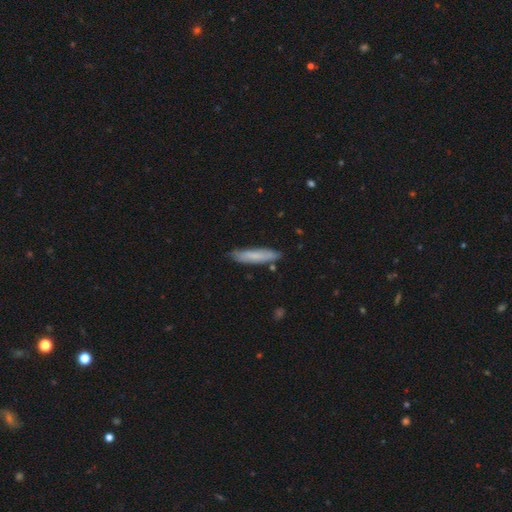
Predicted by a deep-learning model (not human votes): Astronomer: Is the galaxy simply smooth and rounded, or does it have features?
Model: smooth — 71%.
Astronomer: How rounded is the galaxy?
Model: cigar-shaped — 83%.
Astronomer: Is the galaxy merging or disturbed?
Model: none — 82%.